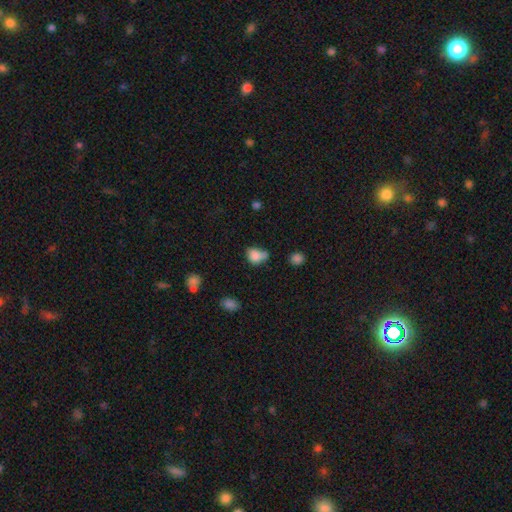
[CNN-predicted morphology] Smooth or featured: smooth — 80% (star or artifact — 11%)
How rounded: in between — 52% (round — 47%)
Merging: none — 36% (minor disturbance — 28%)